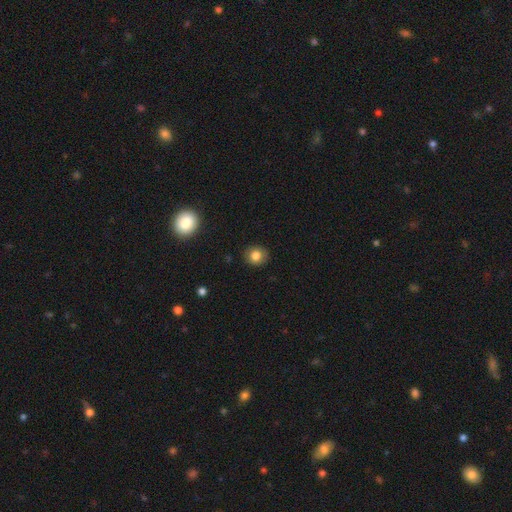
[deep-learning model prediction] A smooth galaxy with no disk features (81%) that is round (78%).

Vote fractions:
- Smooth or featured? smooth: 81% / star or artifact: 10% / featured or disk: 9%
- How rounded? round: 78% / in between: 21% / cigar-shaped: 1%
- Merging? none: 88% / minor disturbance: 9% / major disturbance: 2% / merger: 1%